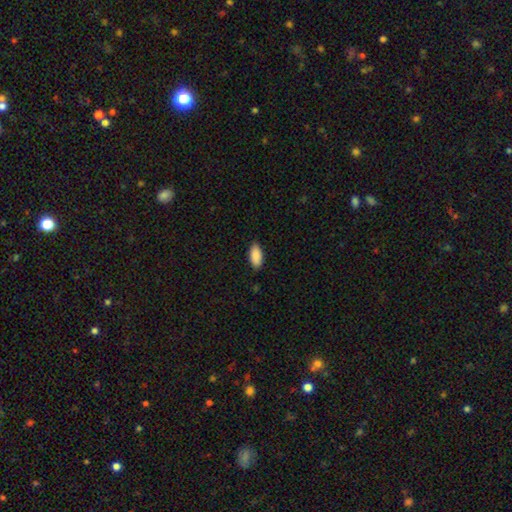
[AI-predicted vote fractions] A smooth galaxy with no disk features (91%) that is in between round and cigar-shaped (91%).

Vote fractions:
- Smooth or featured? smooth: 91% / star or artifact: 6% / featured or disk: 3%
- How rounded? in between: 91% / cigar-shaped: 8% / round: 2%
- Merging? none: 87% / minor disturbance: 10% / major disturbance: 2% / merger: 1%